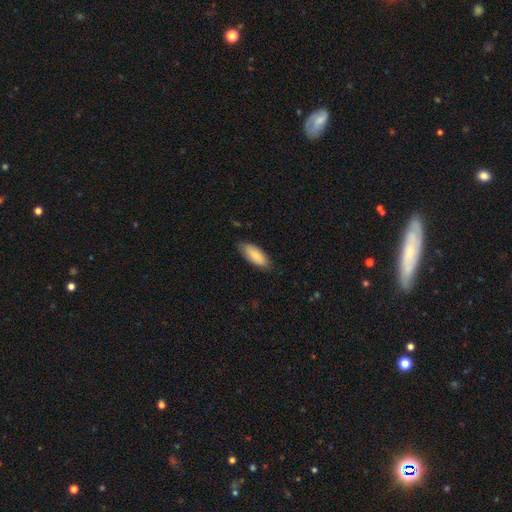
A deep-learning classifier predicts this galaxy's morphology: Q: Smooth or featured?
A: smooth (79%); runner-up: featured or disk (15%)
Q: How rounded?
A: in between (81%); runner-up: cigar-shaped (18%)
Q: Merging?
A: none (80%); runner-up: minor disturbance (16%)